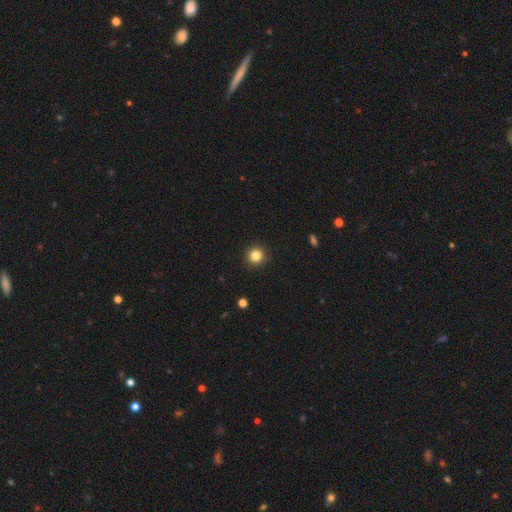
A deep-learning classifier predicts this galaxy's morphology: Smooth or featured? smooth (83%)
How rounded? round (95%)
Merging? none (93%)